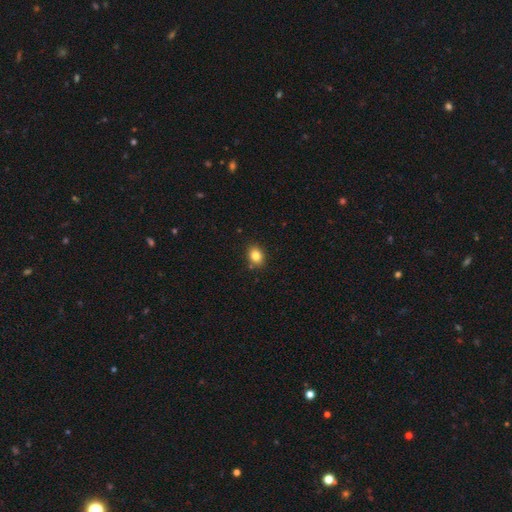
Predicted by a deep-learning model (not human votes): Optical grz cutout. It shows a smooth galaxy with no disk features (83%) that is in between round and cigar-shaped (57%). Merging: none (85%).